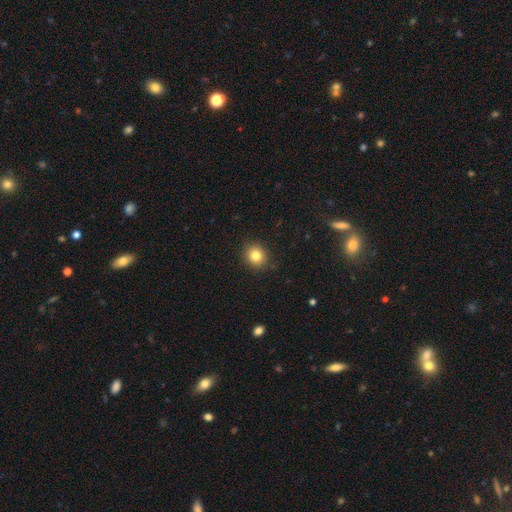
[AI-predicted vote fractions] The model was most divided on "how rounded": round: 81%, in between: 18%, cigar-shaped: 1%. More confident: merging — none (88%); smooth or featured — smooth (82%).